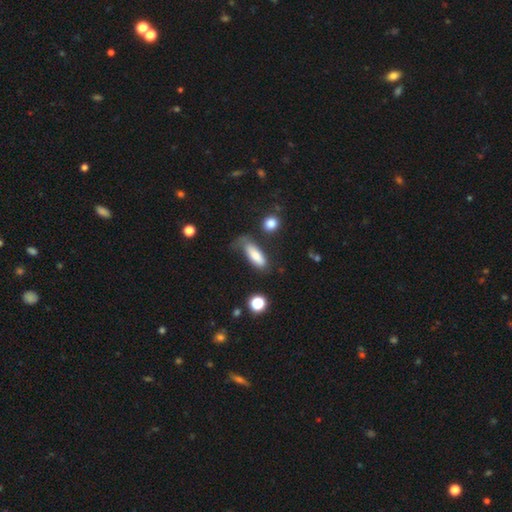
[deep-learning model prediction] This appears to be a smooth galaxy with no disk features (75%) that is in between round and cigar-shaped (63%). Merging: none (42%).